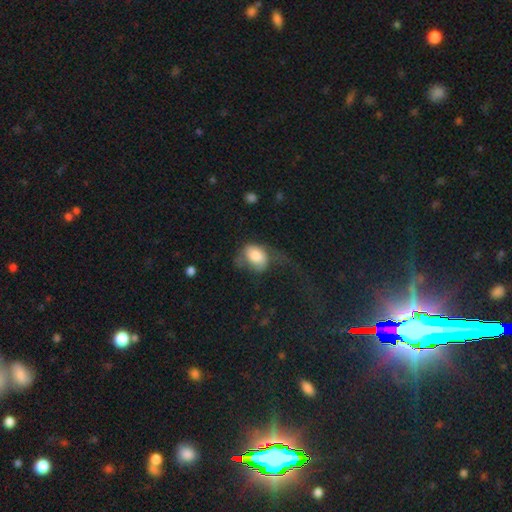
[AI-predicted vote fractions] smooth_or_featured: smooth (p=0.74) [alt: featured or disk p=0.19]
how_rounded: in between (p=0.76) [alt: round p=0.23]
merging: major disturbance (p=0.50) [alt: none p=0.23]